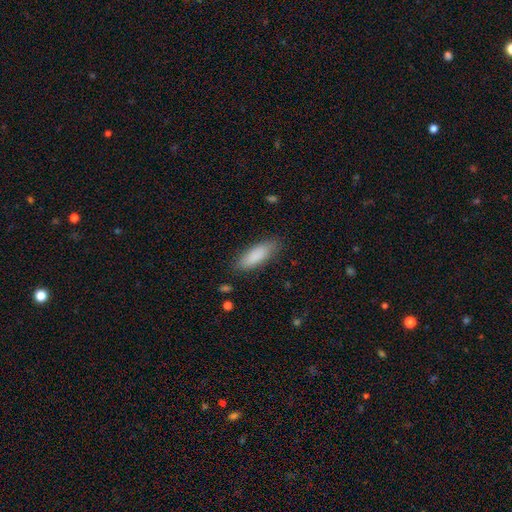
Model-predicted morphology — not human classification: Smooth or featured?
  - smooth: 87% *
  - featured or disk: 7%
  - star or artifact: 6%
How rounded?
  - in between: 62% *
  - cigar-shaped: 36%
  - round: 2%
Merging?
  - none: 83% *
  - minor disturbance: 13%
  - major disturbance: 3%
  - merger: 1%